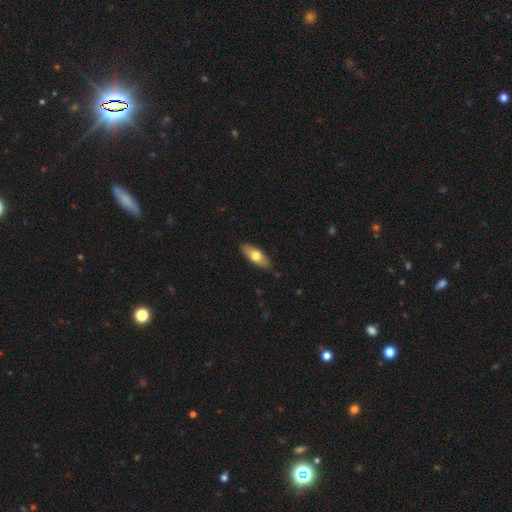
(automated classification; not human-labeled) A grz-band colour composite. It shows a smooth galaxy with no disk features (63%) that is in between round and cigar-shaped (71%). Merging: none (87%).